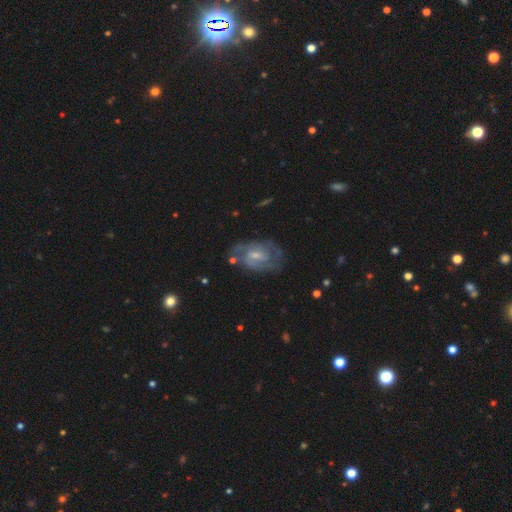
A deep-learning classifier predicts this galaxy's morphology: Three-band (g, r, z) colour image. It shows a featured or disk galaxy (79%) with a weak bar (52%), 2 (50%) medium (44%) spiral arms (90%) and a small central bulge (55%). Merging: none (64%).